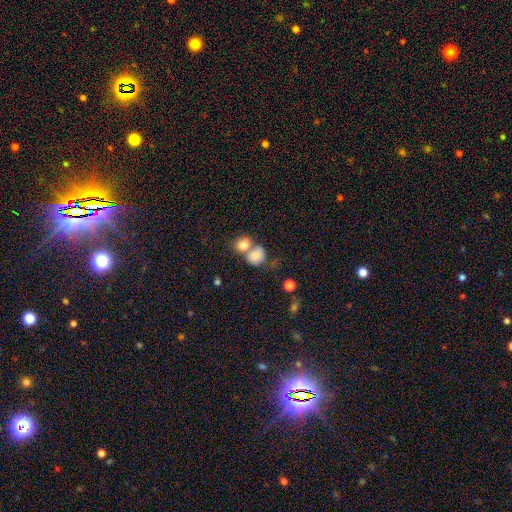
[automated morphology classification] A smooth galaxy with no disk features (78%) that is round (70%). Merging: merger (58%).